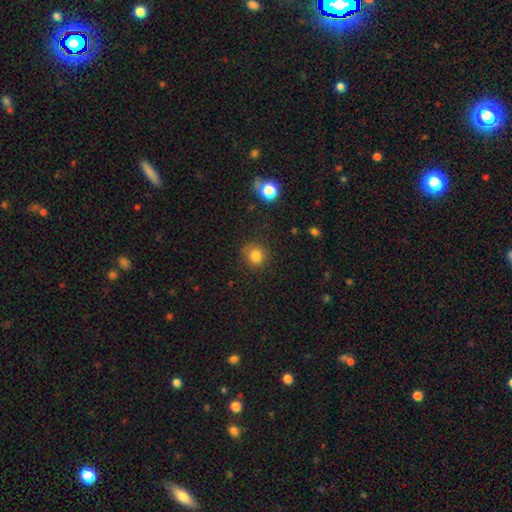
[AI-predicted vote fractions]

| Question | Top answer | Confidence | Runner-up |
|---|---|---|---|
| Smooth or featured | smooth | 81% | star or artifact (12%) |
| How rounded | round | 90% | in between (9%) |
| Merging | none | 81% | minor disturbance (13%) |